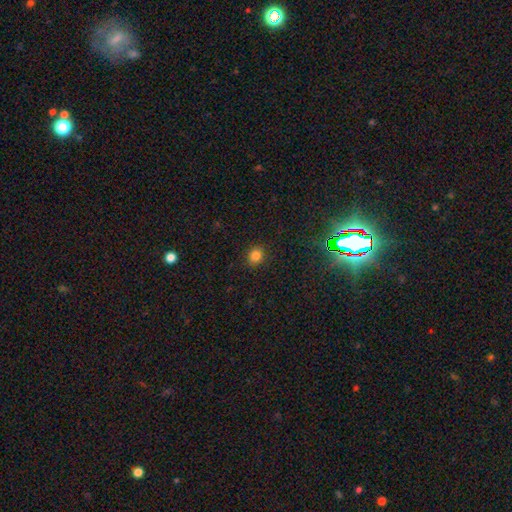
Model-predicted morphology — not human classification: smooth-or-featured: smooth: 81% | star or artifact: 14% | featured or disk: 5%
  how-rounded: round: 71% | in between: 28% | cigar-shaped: 1%
  merging: none: 88% | minor disturbance: 8% | major disturbance: 2% | merger: 1%